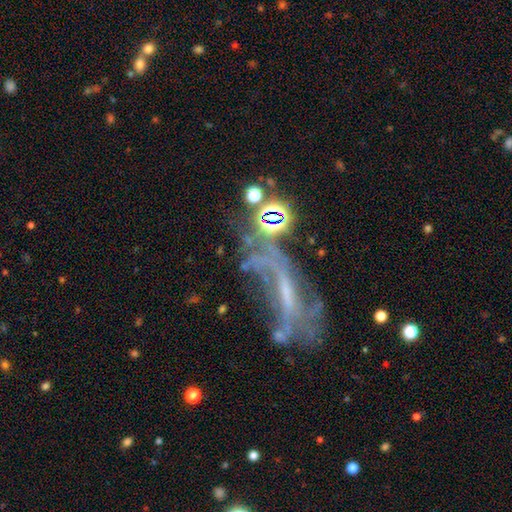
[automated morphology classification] Smooth or featured? Predicted: featured or disk (p=0.65). Edge-on disk? Predicted: no (p=0.78). Bar? Predicted: no (p=0.38). Spiral arms? Predicted: yes (p=0.57). Bulge size? Predicted: small (p=0.49). Merging? Predicted: none (p=0.37).